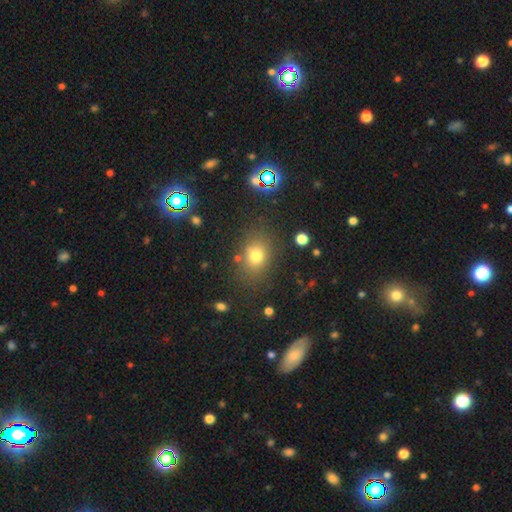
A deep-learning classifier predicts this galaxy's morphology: Smooth or featured? Predicted: smooth (p=0.73). How rounded? Predicted: round (p=0.51). Merging? Predicted: none (p=0.78).